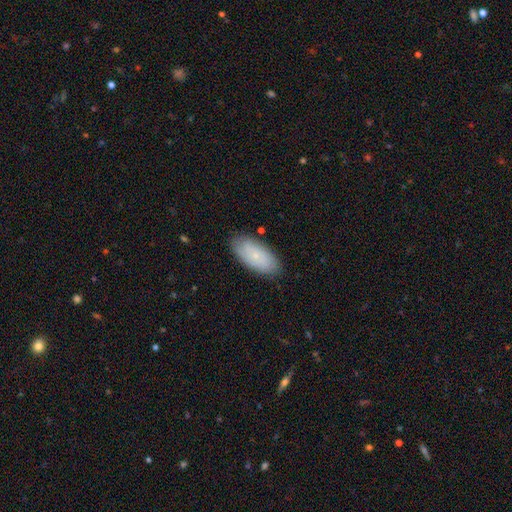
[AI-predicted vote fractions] Overall: smooth (57%; featured or disk 36%). How rounded: in between (90%). Merging: none (82%).